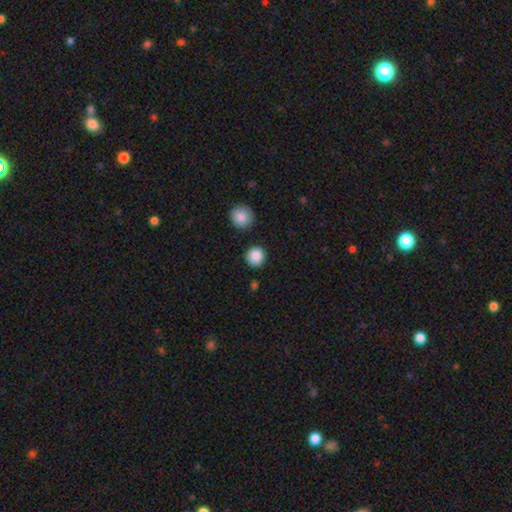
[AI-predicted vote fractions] This appears to be a smooth galaxy with no disk features (87%) that is round (94%). Merging: none (89%).